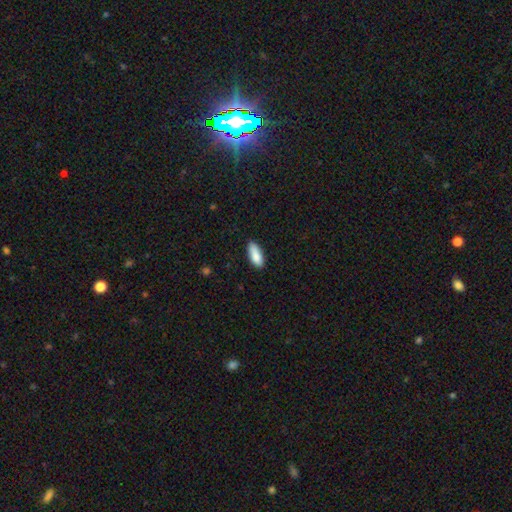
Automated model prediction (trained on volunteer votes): A smooth galaxy with no disk features (87%) that is in between round and cigar-shaped (78%).

Vote fractions:
- Smooth or featured? smooth: 87% / featured or disk: 7% / star or artifact: 6%
- How rounded? in between: 78% / cigar-shaped: 20% / round: 2%
- Merging? none: 81% / minor disturbance: 16% / major disturbance: 2% / merger: 1%